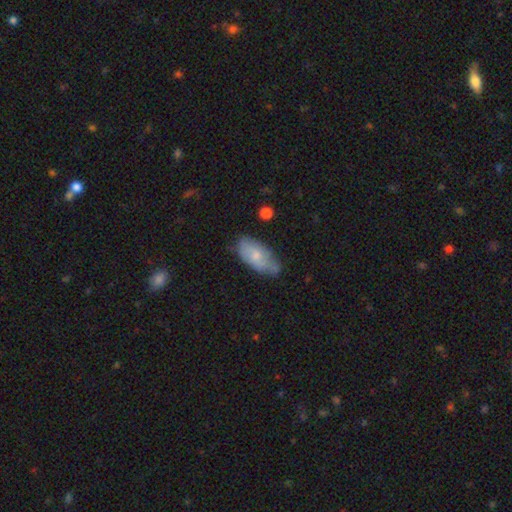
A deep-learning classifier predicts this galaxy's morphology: The model was most divided on "merging": none: 57%, minor disturbance: 32%, major disturbance: 7%, merger: 3%. More confident: how rounded — in between (91%); smooth or featured — smooth (64%).